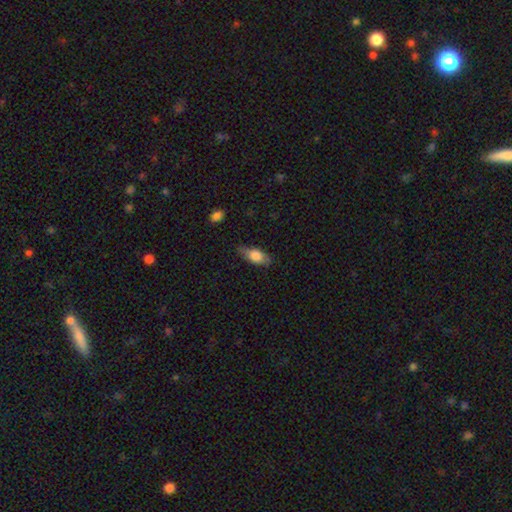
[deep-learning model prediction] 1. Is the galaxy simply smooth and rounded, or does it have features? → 74% smooth, 19% featured or disk, 7% star or artifact.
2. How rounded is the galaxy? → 81% in between, 15% cigar-shaped, 4% round.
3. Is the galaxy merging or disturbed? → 73% none, 21% minor disturbance, 4% major disturbance, 1% merger.